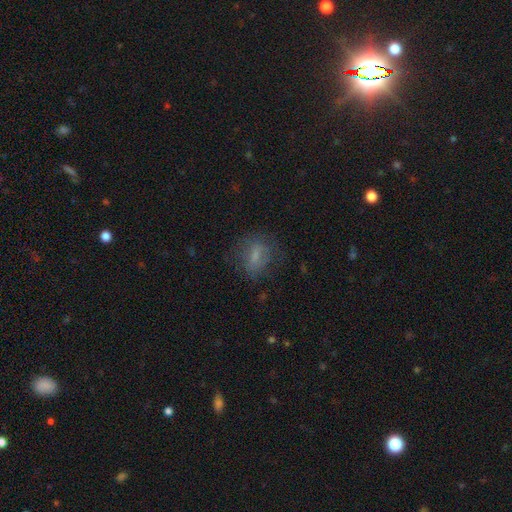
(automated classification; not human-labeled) A smooth galaxy with no disk features (61%) that is in between round and cigar-shaped (60%).

Vote fractions:
- Smooth or featured? smooth: 61% / featured or disk: 27% / star or artifact: 12%
- How rounded? in between: 60% / round: 31% / cigar-shaped: 9%
- Merging? none: 68% / minor disturbance: 18% / major disturbance: 12% / merger: 2%